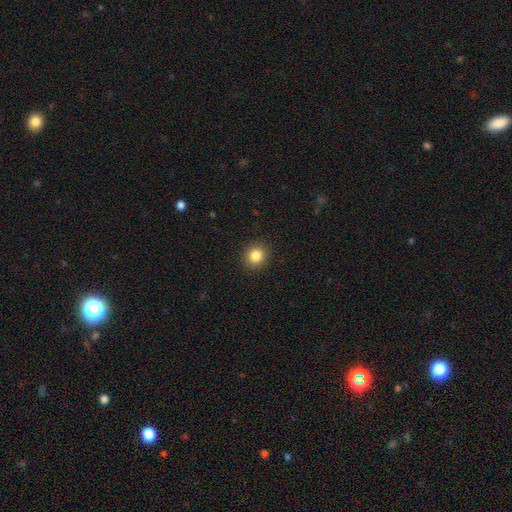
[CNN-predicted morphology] The model was most divided on "how rounded": round: 84%, in between: 15%, cigar-shaped: 1%. More confident: merging — none (91%); smooth or featured — smooth (84%).